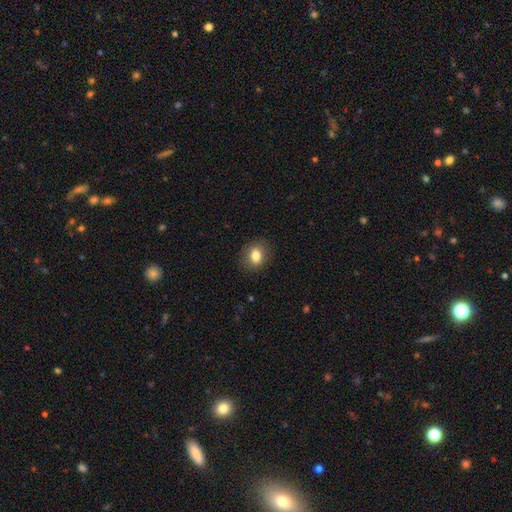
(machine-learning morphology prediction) smooth-or-featured: smooth: 81% | featured or disk: 10% | star or artifact: 10%
  how-rounded: in between: 54% | round: 45% | cigar-shaped: 1%
  merging: none: 86% | minor disturbance: 10% | major disturbance: 3% | merger: 1%